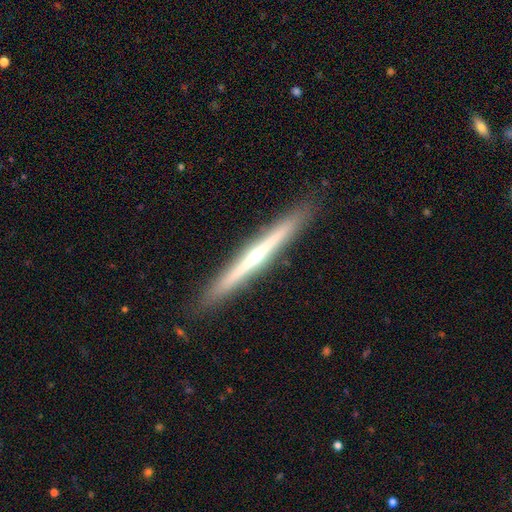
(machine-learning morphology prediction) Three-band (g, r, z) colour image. It shows a featured or disk galaxy (72%) viewed edge-on (98%) with a rounded central bulge (57%). Merging: none (91%).